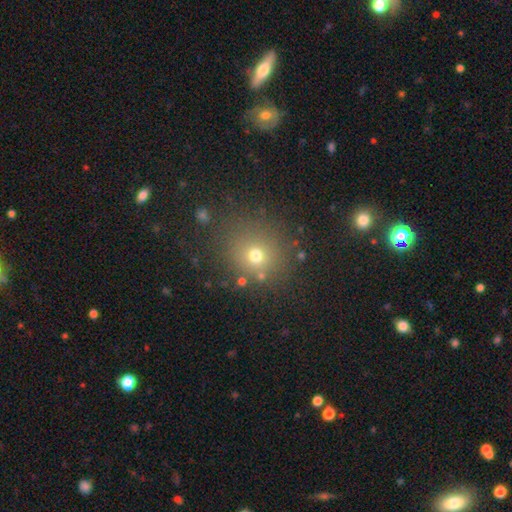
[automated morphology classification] This is likely a smooth galaxy (69%). How rounded: clearly round (85%). Merging: likely none (80%).